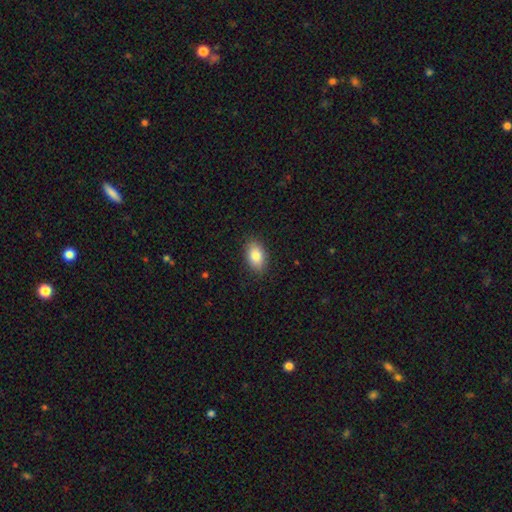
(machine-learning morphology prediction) Smooth or featured? smooth (83%)
How rounded? in between (91%)
Merging? none (87%)